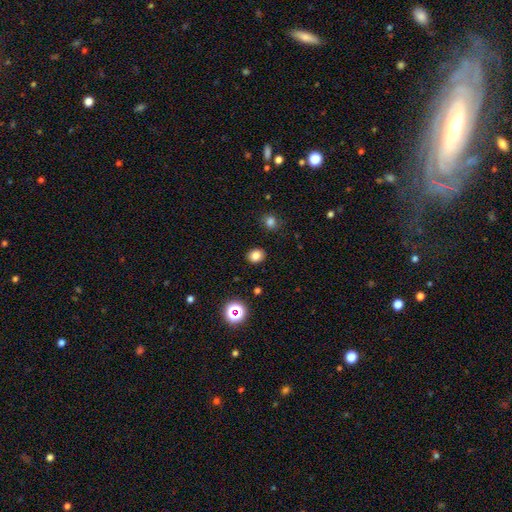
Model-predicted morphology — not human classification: Smooth or featured? Predicted: smooth (p=0.80). How rounded? Predicted: round (p=0.61). Merging? Predicted: none (p=0.89).